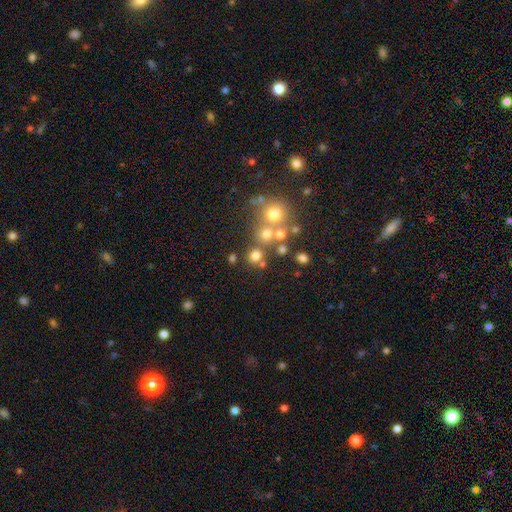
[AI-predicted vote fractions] smooth_or_featured: smooth (p=0.71) [alt: star or artifact p=0.18]
how_rounded: round (p=0.88) [alt: in between p=0.10]
merging: none (p=0.68) [alt: merger p=0.20]